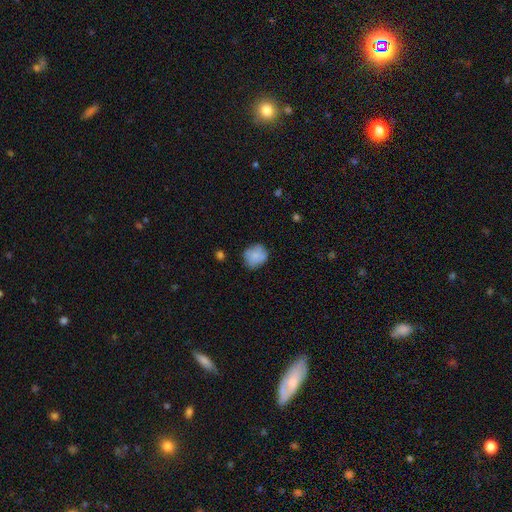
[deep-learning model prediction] smooth_or_featured: smooth (p=0.83) [alt: featured or disk p=0.10]
how_rounded: round (p=0.81) [alt: in between p=0.18]
merging: none (p=0.76) [alt: minor disturbance p=0.19]